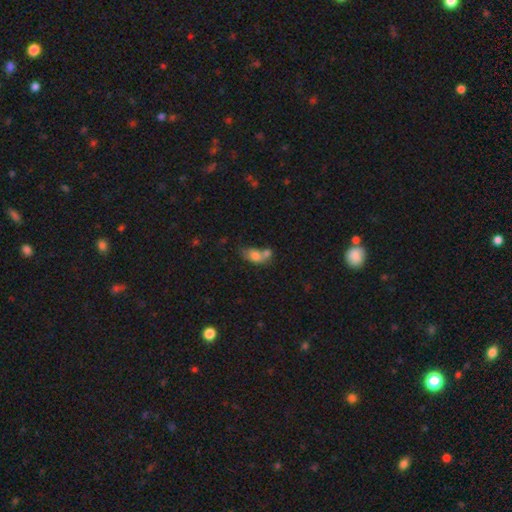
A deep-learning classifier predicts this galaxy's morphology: A smooth galaxy with no disk features (74%) that is in between round and cigar-shaped (80%). Merging: merger (54%).